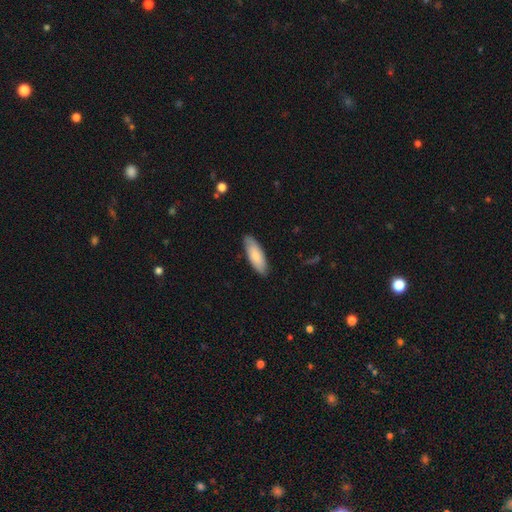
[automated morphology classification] Overall: smooth (81%). How rounded: in between (65%; cigar-shaped 34%). Merging: none (86%).